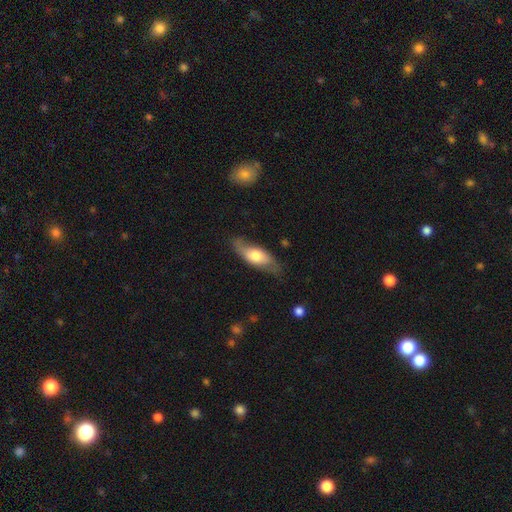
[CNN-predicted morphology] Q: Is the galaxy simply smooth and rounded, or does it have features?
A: smooth — 54%.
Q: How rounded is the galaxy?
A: in between — 72%.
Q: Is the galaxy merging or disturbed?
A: none — 70%.